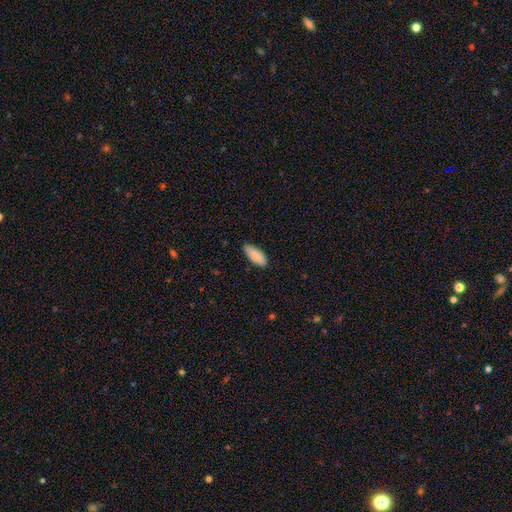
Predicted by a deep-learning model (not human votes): smooth_or_featured: smooth (p=0.87) [alt: featured or disk p=0.07]
how_rounded: in between (p=0.79) [alt: cigar-shaped p=0.19]
merging: none (p=0.83) [alt: minor disturbance p=0.13]